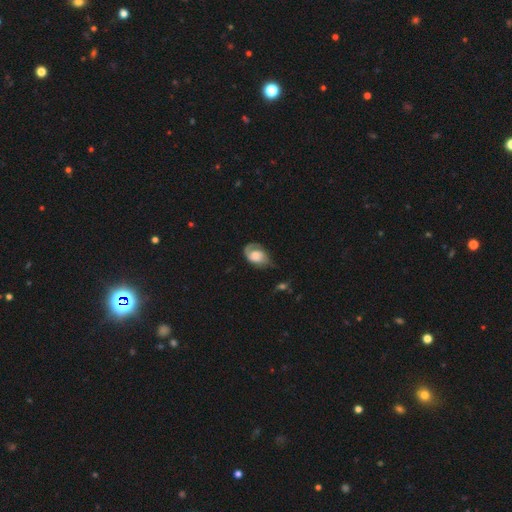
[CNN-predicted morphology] smooth-or-featured: featured or disk: 55% | smooth: 38% | star or artifact: 7%
  disk-edge-on: no: 97% | yes: 3%
    bar: no: 69% | weak: 25% | strong: 5%
    has-spiral-arms: yes: 84% | no: 16%
    bulge-size: large: 35% | moderate: 23% | none: 19% | small: 17% | dominant: 7%
  merging: none: 44% | minor disturbance: 30% | major disturbance: 23% | merger: 3%